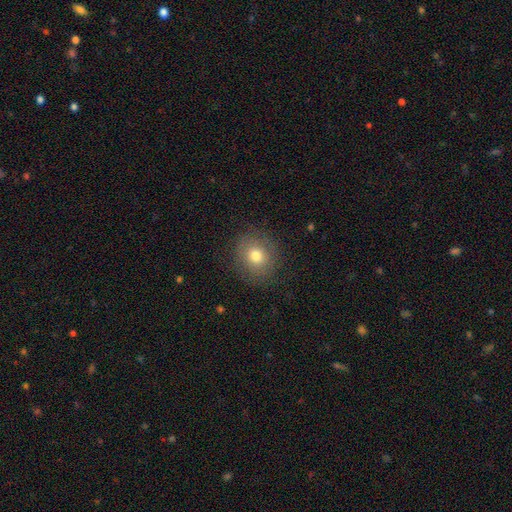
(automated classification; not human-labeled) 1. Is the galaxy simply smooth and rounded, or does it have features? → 74% smooth, 15% featured or disk, 11% star or artifact.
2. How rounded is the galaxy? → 82% round, 17% in between, 1% cigar-shaped.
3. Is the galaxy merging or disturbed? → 84% none, 11% minor disturbance, 5% major disturbance, 1% merger.